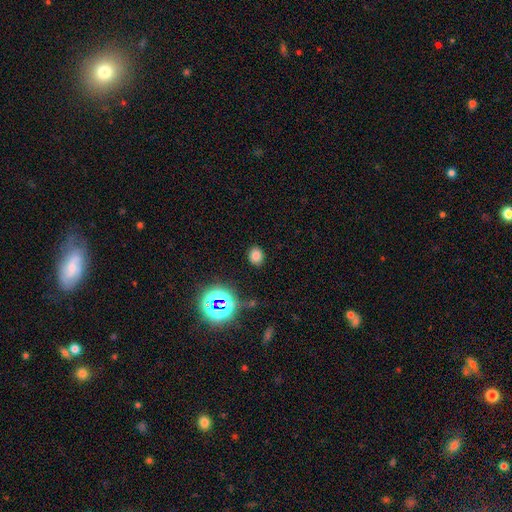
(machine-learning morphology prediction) Overall: smooth (73%). How rounded: round (56%; in between 43%). Merging: none (87%).